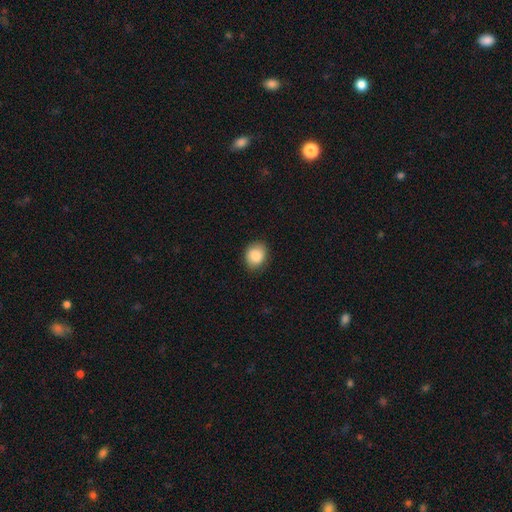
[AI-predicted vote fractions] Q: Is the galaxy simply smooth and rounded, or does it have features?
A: smooth — 86%.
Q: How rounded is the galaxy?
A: round — 57%.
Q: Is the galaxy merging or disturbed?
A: none — 84%.